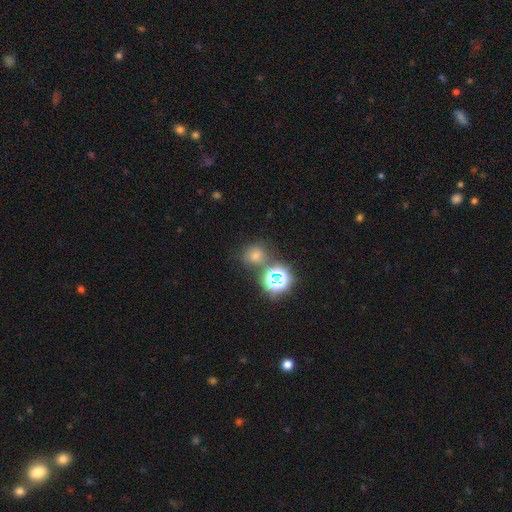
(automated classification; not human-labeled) The model was most divided on "smooth or featured": smooth: 50%, star or artifact: 41%, featured or disk: 9%. More confident: how rounded — round (79%); merging — none (70%).